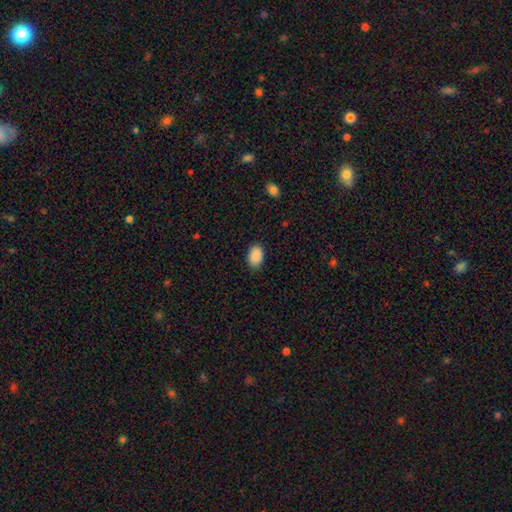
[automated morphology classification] This appears to be a smooth galaxy with no disk features (91%) that is in between round and cigar-shaped (88%). Merging: none (88%).